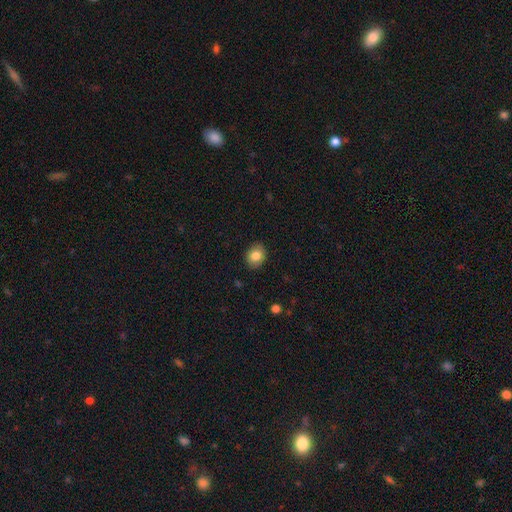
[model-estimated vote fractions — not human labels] Overall: smooth (81%). How rounded: in between (53%; round 46%). Merging: none (88%).